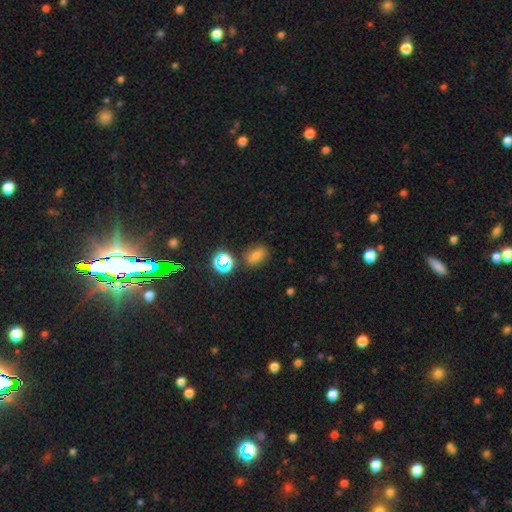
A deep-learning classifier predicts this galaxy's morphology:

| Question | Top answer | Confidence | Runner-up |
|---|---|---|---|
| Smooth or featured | smooth | 71% | star or artifact (21%) |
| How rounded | in between | 75% | round (22%) |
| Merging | none | 78% | minor disturbance (13%) |